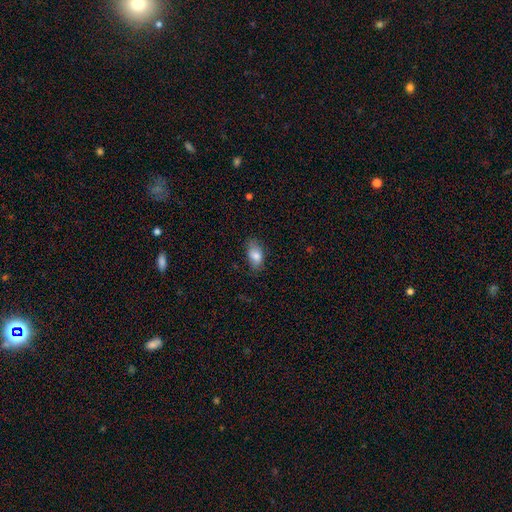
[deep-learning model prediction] Smooth or featured: smooth — 82% (featured or disk — 11%)
How rounded: in between — 90% (round — 7%)
Merging: none — 75% (minor disturbance — 19%)